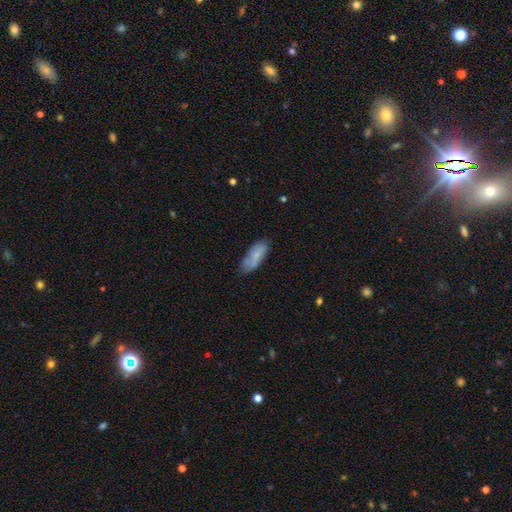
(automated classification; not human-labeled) smooth_or_featured: smooth (p=0.73) [alt: featured or disk p=0.21]
how_rounded: in between (p=0.71) [alt: cigar-shaped p=0.27]
merging: none (p=0.63) [alt: minor disturbance p=0.26]